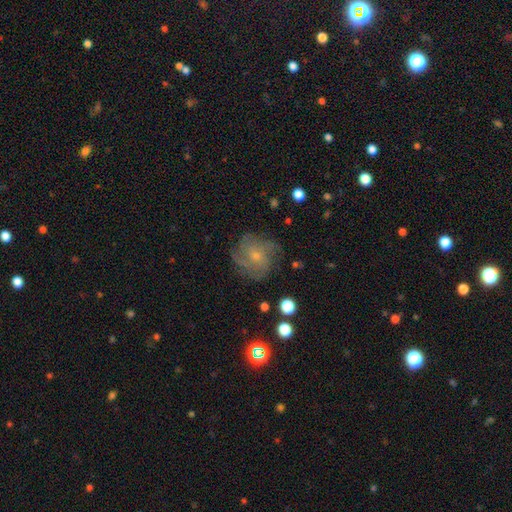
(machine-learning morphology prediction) smooth_or_featured: featured or disk (p=0.68) [alt: smooth p=0.21]
disk_edge_on: no (p=0.97) [alt: yes p=0.03]
bar: no (p=0.76) [alt: weak p=0.21]
has_spiral_arms: yes (p=0.90) [alt: no p=0.10]
spiral_winding: medium (p=0.43) [alt: tight p=0.38]
spiral_arm_count: can't tell (p=0.29) [alt: 4 p=0.26]
bulge_size: small (p=0.73) [alt: moderate p=0.22]
merging: none (p=0.71) [alt: minor disturbance p=0.18]